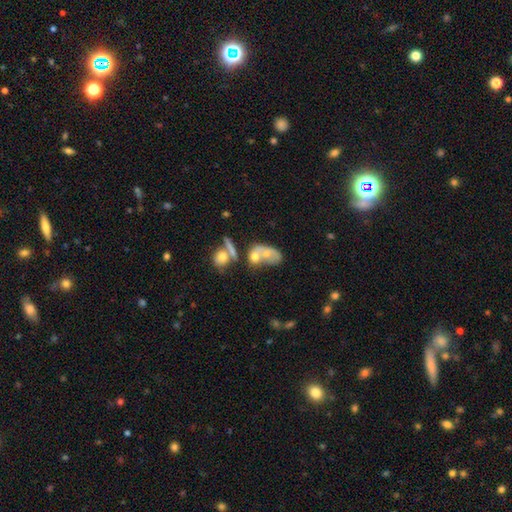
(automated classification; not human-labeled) smooth 51%, featured or disk 35%, star or artifact 15%. Down the decision tree: how rounded — in between (73%); merging — merger (57%).